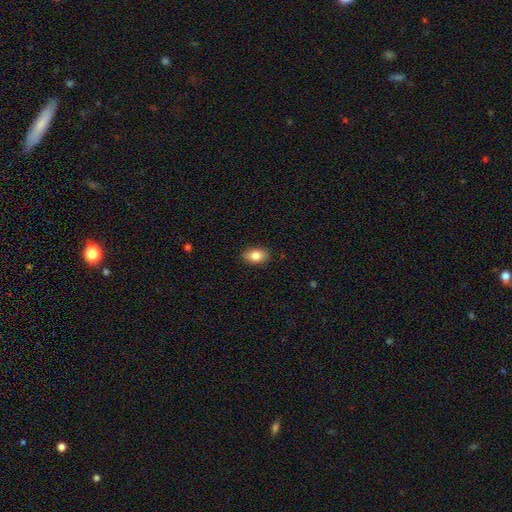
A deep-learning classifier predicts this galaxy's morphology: A smooth galaxy with no disk features (85%) that is in between round and cigar-shaped (88%). Merging: none (88%).